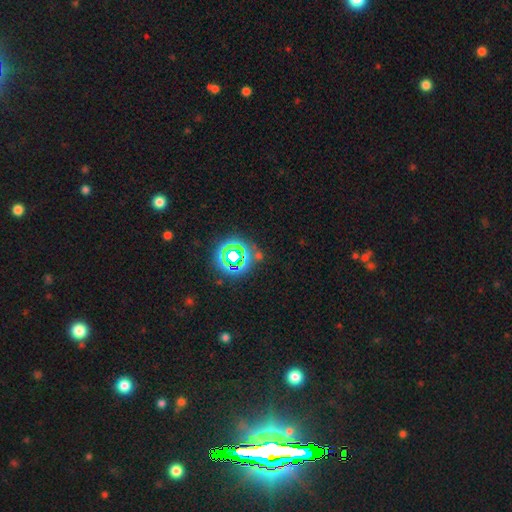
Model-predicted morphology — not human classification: Smooth or featured? star or artifact (70%)